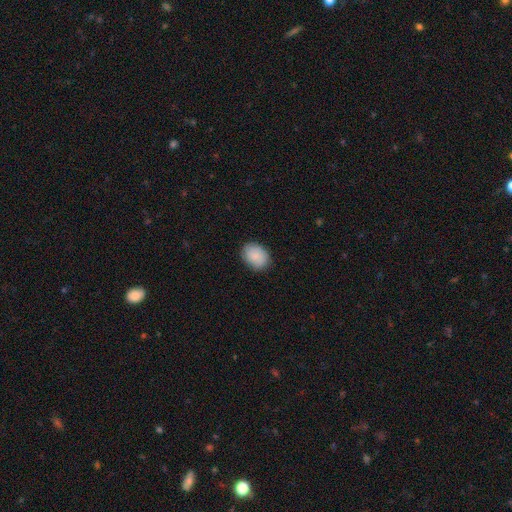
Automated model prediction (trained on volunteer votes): Smooth or featured?
  - smooth: 88% *
  - star or artifact: 7%
  - featured or disk: 6%
How rounded?
  - in between: 66% *
  - round: 33%
  - cigar-shaped: 1%
Merging?
  - none: 85% *
  - minor disturbance: 11%
  - major disturbance: 3%
  - merger: 1%